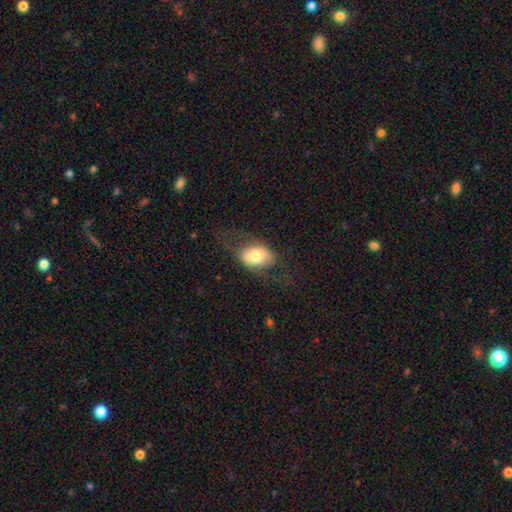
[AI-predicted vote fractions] Smooth or featured?
  - smooth: 64% *
  - featured or disk: 29%
  - star or artifact: 7%
How rounded?
  - in between: 82% *
  - round: 16%
  - cigar-shaped: 2%
Merging?
  - none: 55% *
  - major disturbance: 22%
  - minor disturbance: 21%
  - merger: 2%